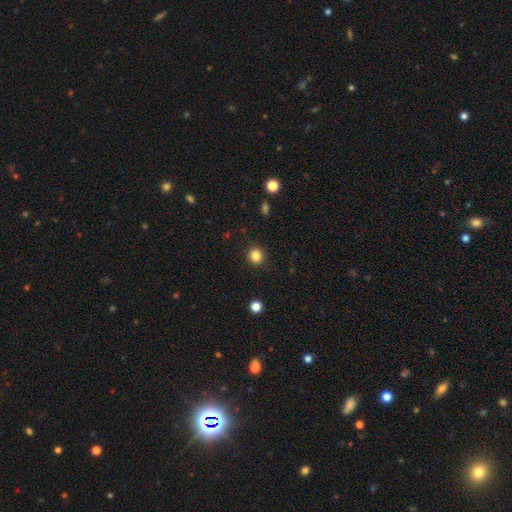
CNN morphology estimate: Smooth or featured: smooth — 84% (star or artifact — 12%)
How rounded: round — 86% (in between — 13%)
Merging: none — 91% (minor disturbance — 6%)